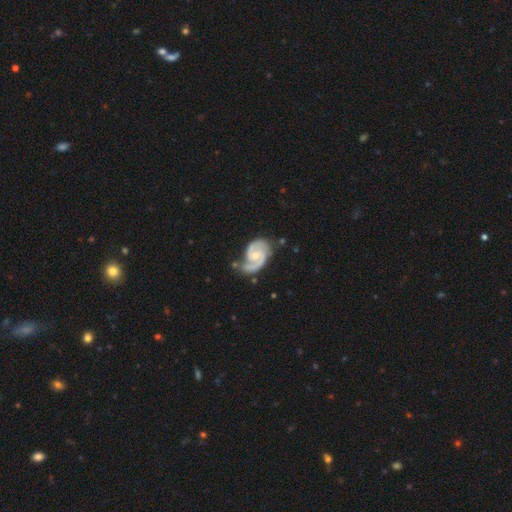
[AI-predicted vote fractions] smooth-or-featured: featured or disk: 92% | smooth: 5% | star or artifact: 4%
  disk-edge-on: no: 98% | yes: 2%
    bar: no: 47% | weak: 43% | strong: 10%
    has-spiral-arms: yes: 98% | no: 2%
      spiral-winding: medium: 52% | tight: 39% | loose: 10%
      spiral-arm-count: 2: 91% | 1: 3% | can't tell: 2% | 3: 2% | 4: 1% | more than 4: 1%
    bulge-size: small: 49% | moderate: 43% | none: 6% | large: 2% | dominant: 1%
  merging: none: 65% | minor disturbance: 23% | major disturbance: 7% | merger: 5%